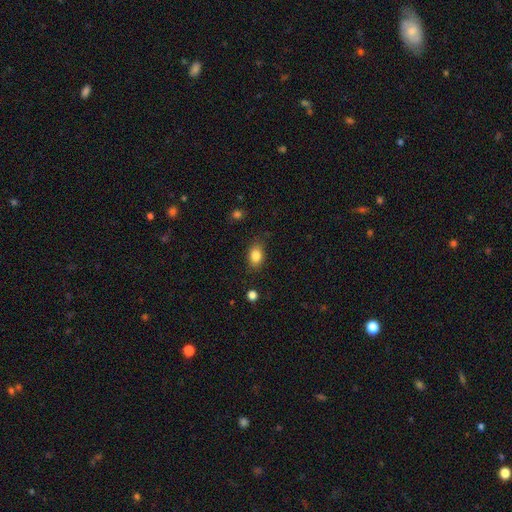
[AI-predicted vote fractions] Smooth or featured? smooth (85%)
How rounded? in between (80%)
Merging? none (81%)